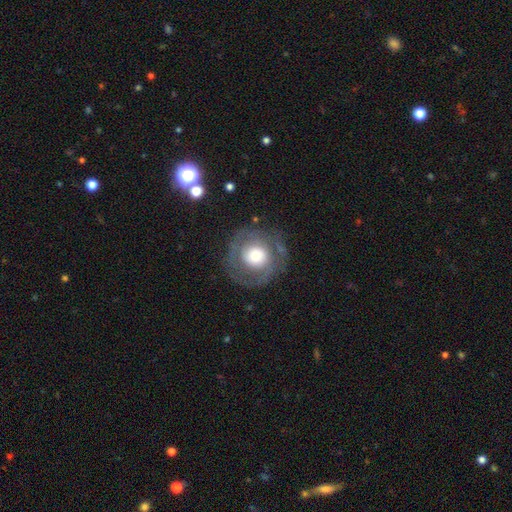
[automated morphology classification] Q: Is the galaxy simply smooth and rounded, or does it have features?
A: featured or disk — 49%.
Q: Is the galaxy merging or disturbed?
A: none — 73%.